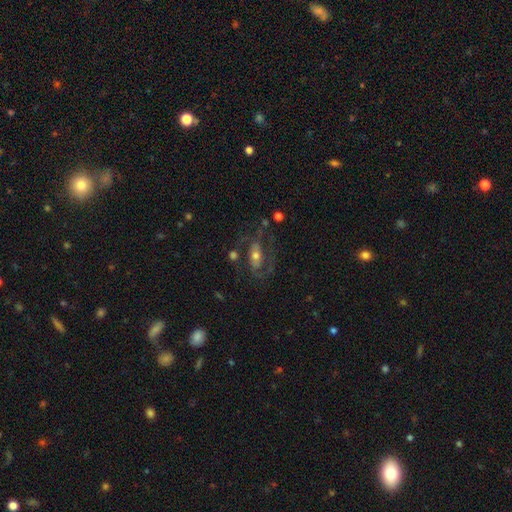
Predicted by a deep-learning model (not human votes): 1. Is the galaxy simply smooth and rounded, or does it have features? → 59% featured or disk, 31% smooth, 10% star or artifact.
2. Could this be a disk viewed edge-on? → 89% no, 11% yes.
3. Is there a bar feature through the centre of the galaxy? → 54% no, 27% weak, 19% strong.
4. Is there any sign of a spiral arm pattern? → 62% yes, 38% no.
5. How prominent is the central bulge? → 58% moderate, 28% small, 10% large, 2% none, 2% dominant.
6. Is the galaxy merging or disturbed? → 47% none, 29% major disturbance, 18% minor disturbance, 6% merger.